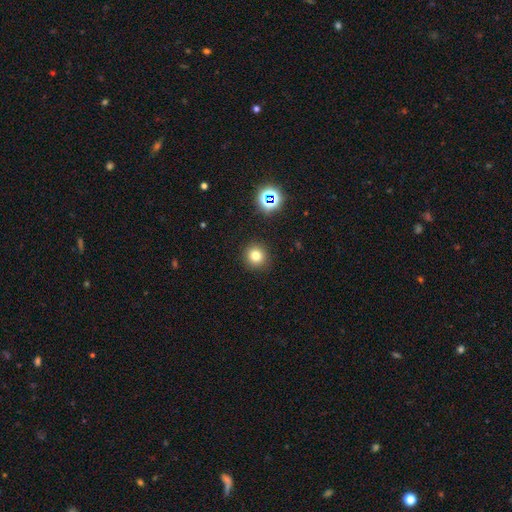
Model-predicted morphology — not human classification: smooth-or-featured: smooth: 77% | star or artifact: 16% | featured or disk: 7%
  how-rounded: round: 92% | in between: 7% | cigar-shaped: 1%
  merging: none: 90% | minor disturbance: 6% | major disturbance: 2% | merger: 2%